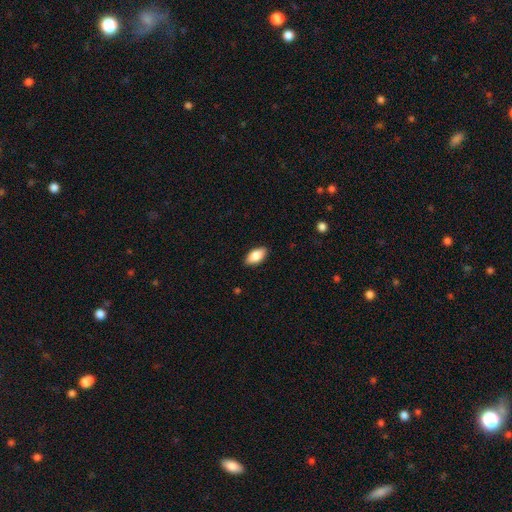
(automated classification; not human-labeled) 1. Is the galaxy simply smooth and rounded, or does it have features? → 85% smooth, 9% featured or disk, 7% star or artifact.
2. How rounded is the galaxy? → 92% in between, 5% cigar-shaped, 3% round.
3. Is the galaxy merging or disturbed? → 87% none, 10% minor disturbance, 2% major disturbance, 1% merger.